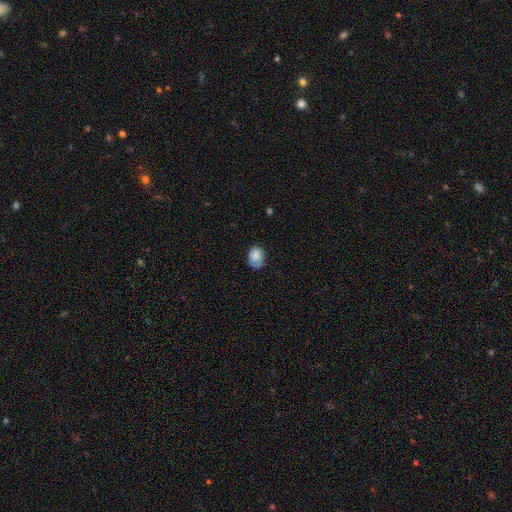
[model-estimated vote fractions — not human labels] Smooth or featured: smooth — 78% (featured or disk — 14%)
How rounded: in between — 61% (round — 38%)
Merging: none — 62% (minor disturbance — 29%)